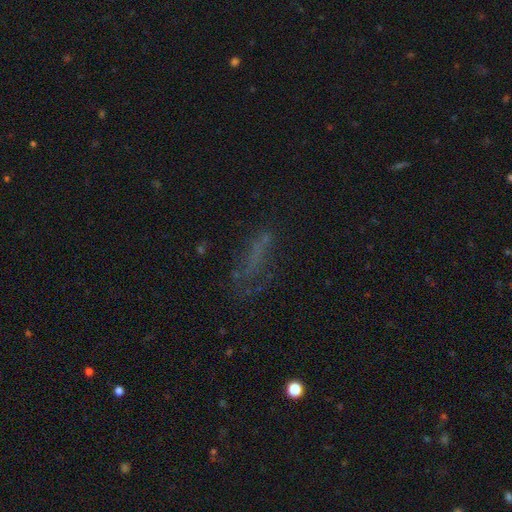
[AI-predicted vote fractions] The model was most divided on "smooth or featured": smooth: 42%, featured or disk: 31%, star or artifact: 26%. Remaining: merging — none (46%).